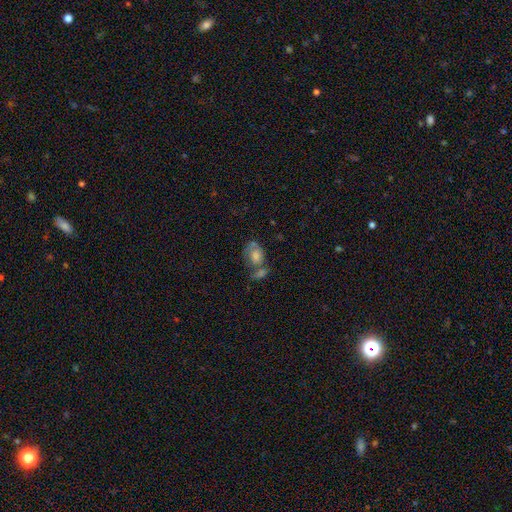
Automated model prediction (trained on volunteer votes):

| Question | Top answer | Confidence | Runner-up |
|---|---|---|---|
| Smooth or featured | smooth | 49% | featured or disk (36%) |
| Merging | merger | 38% | none (35%) |